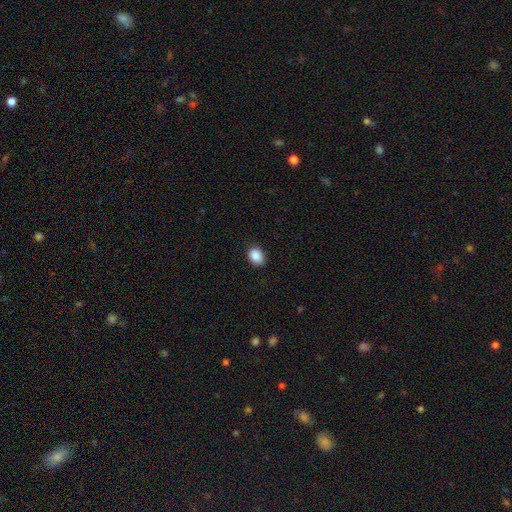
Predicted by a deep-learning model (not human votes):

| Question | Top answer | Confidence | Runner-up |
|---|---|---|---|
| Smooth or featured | smooth | 89% | star or artifact (8%) |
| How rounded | in between | 67% | round (32%) |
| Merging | none | 89% | minor disturbance (8%) |